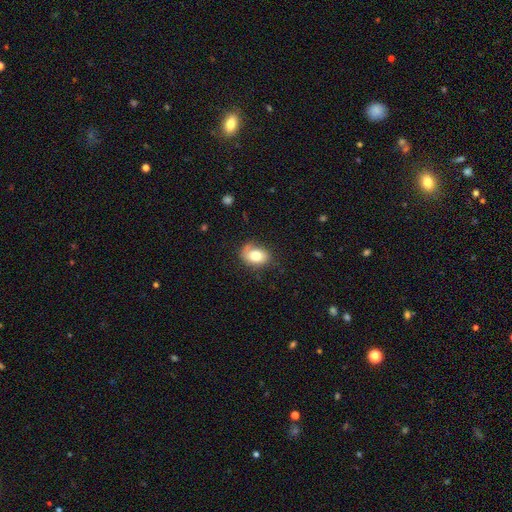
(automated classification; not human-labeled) Q: Smooth or featured?
A: smooth (78%); runner-up: featured or disk (14%)
Q: How rounded?
A: in between (73%); runner-up: round (26%)
Q: Merging?
A: none (64%); runner-up: minor disturbance (26%)